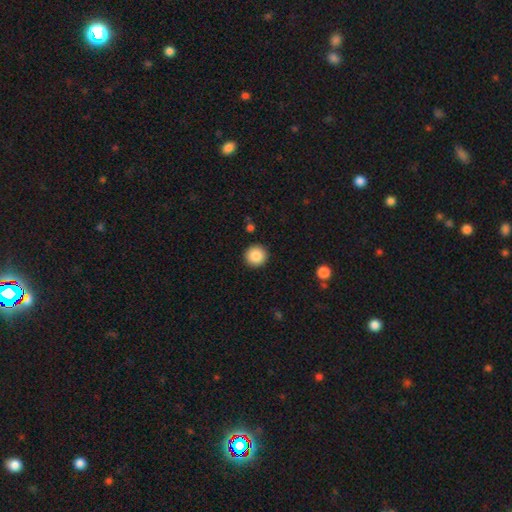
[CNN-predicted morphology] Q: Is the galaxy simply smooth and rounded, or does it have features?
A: smooth — 87%.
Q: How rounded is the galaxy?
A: round — 95%.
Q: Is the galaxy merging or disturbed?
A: none — 92%.